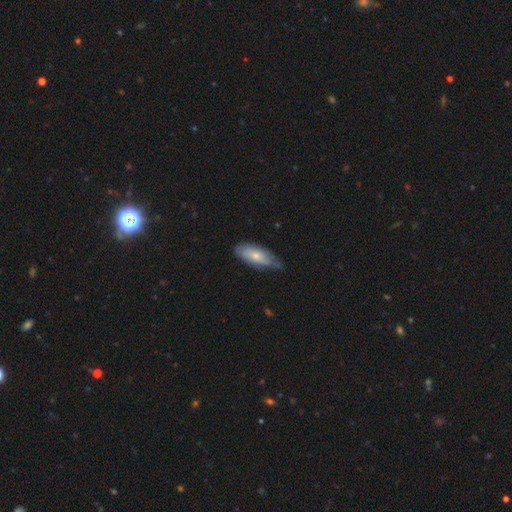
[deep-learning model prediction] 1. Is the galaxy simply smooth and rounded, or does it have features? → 66% smooth, 28% featured or disk, 6% star or artifact.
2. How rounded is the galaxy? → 77% in between, 21% cigar-shaped, 2% round.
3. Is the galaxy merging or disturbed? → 56% none, 36% minor disturbance, 6% major disturbance, 2% merger.